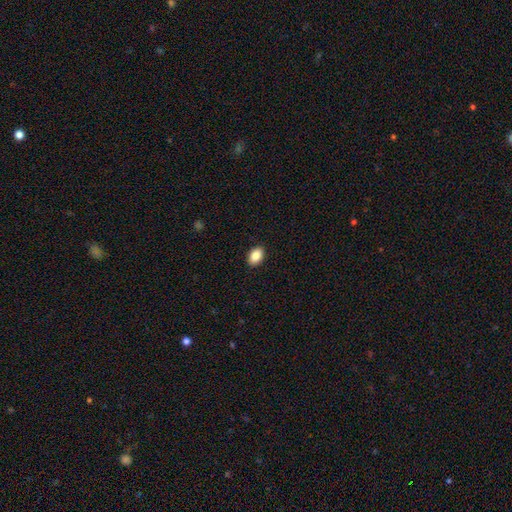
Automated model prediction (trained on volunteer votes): This appears to be a smooth galaxy with no disk features (87%) that is in between round and cigar-shaped (87%). Merging: none (90%).